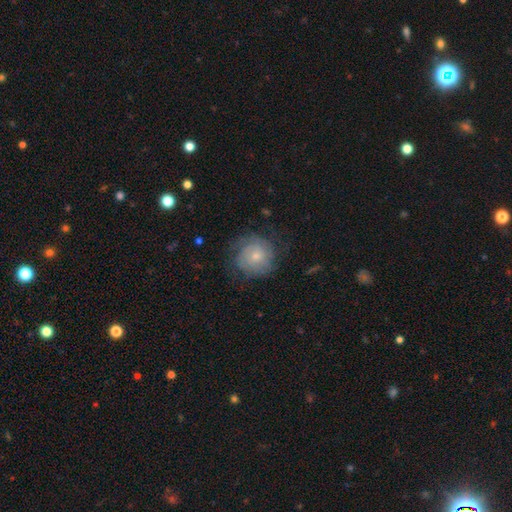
Smooth or featured?
  - featured or disk: 50% *
  - smooth: 42%
  - star or artifact: 8%
Edge-on disk?
  - no: 100% *
  - yes: 0%
Bar?
  - no: 84% *
  - weak: 16%
  - strong: 0%
Spiral arms?
  - yes: 63% *
  - no: 37%
Spiral winding?
  - tight: 58% *
  - medium: 33%
  - loose: 8%
Spiral arm count?
  - 2: 67% *
  - can't tell: 17%
  - 1: 8%
  - 3: 8%
  - 4: 0%
  - more than 4: 0%
Bulge size?
  - small: 58% *
  - moderate: 42%
  - dominant: 0%
  - large: 0%
  - none: 0%
Merging?
  - none: 71% *
  - minor disturbance: 17%
  - major disturbance: 11%
  - merger: 0%